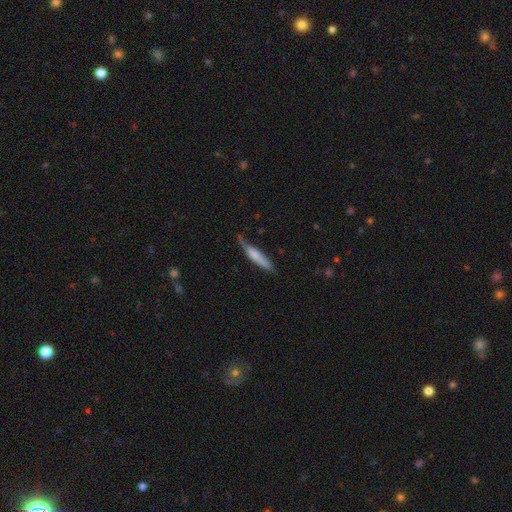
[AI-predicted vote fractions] This appears to be a smooth galaxy with no disk features (65%) that is cigar-shaped (86%). Merging: none (56%).